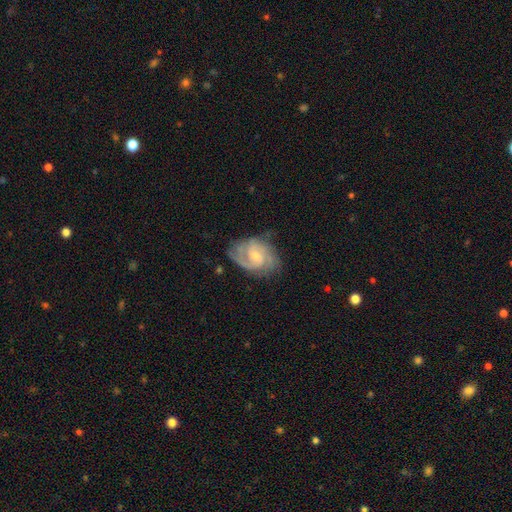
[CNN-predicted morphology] Overall: featured or disk (83%). Edge-on disk: no (98%). Bar: no (50%; weak 43%). Spiral arms: yes (95%). Spiral arm count: 2 (55%; 3 17%). Spiral winding: medium (47%; tight 40%). Bulge size: small (60%; moderate 35%). Merging: none (66%).